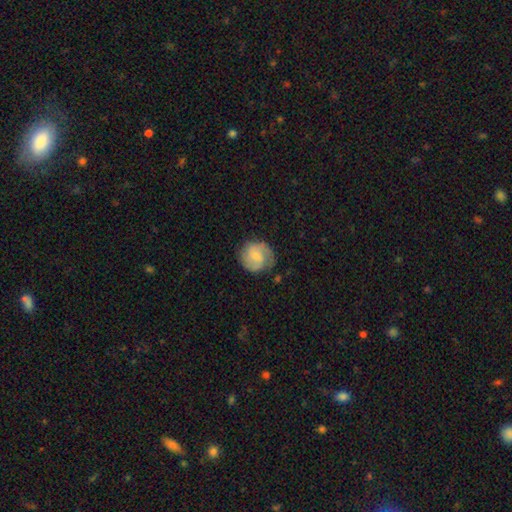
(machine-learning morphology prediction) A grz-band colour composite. It shows a featured or disk galaxy (56%) with a weak bar (46%, tied with no), spiral arms (90%) and a small central bulge (53%). Merging: none (73%).